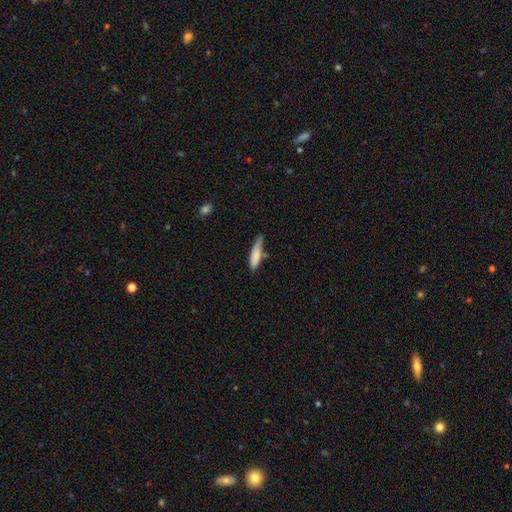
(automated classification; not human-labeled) This is likely a smooth galaxy (79%). How rounded: likely cigar-shaped (69%). Merging: possibly none (51%).